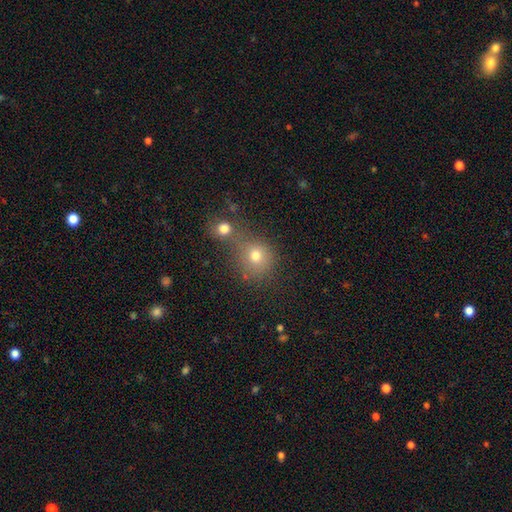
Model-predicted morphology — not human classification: smooth_or_featured: smooth (p=0.73) [alt: star or artifact p=0.16]
how_rounded: round (p=0.86) [alt: in between p=0.13]
merging: none (p=0.45) [alt: merger p=0.41]